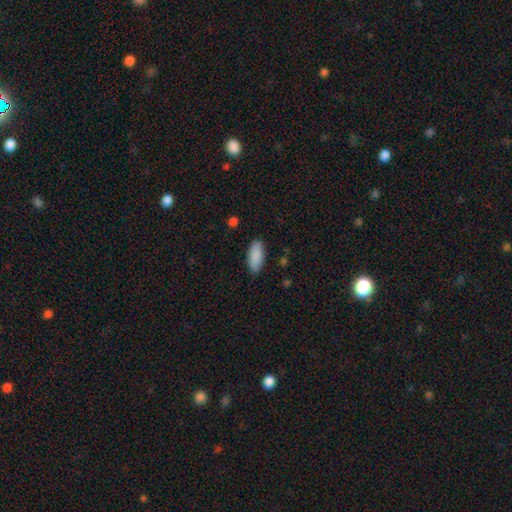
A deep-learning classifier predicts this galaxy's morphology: Smooth or featured: smooth — 89% (star or artifact — 6%)
How rounded: in between — 84% (cigar-shaped — 15%)
Merging: none — 86% (minor disturbance — 10%)